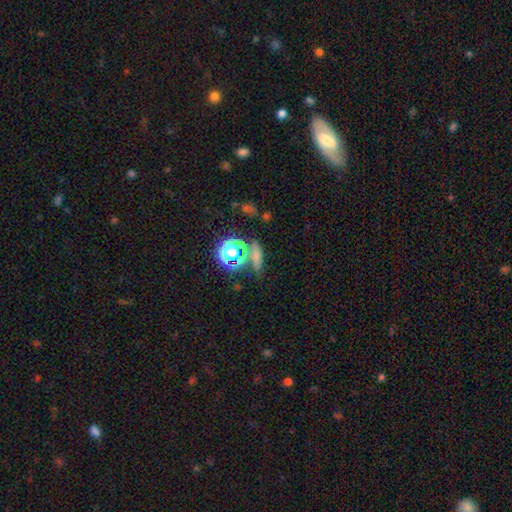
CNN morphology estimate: A smooth galaxy with no disk features (52%) that is cigar-shaped (38%).

Vote fractions:
- Smooth or featured? smooth: 52% / star or artifact: 35% / featured or disk: 13%
- How rounded? cigar-shaped: 38% / in between: 33% / round: 29%
- Merging? none: 67% / merger: 14% / minor disturbance: 13% / major disturbance: 6%